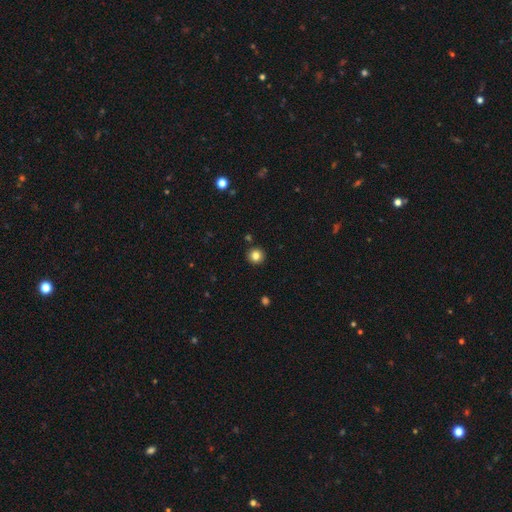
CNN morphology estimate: This appears to be a smooth galaxy with no disk features (83%) that is round (95%). Merging: none (91%).